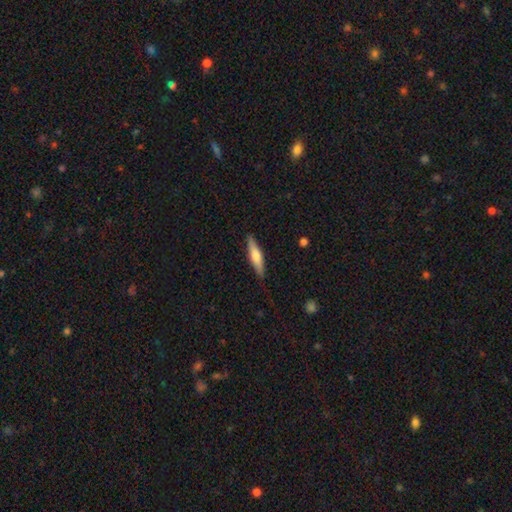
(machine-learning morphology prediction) smooth 58%, featured or disk 37%, star or artifact 5%. Down the decision tree: how rounded — cigar-shaped (79%); merging — none (88%).